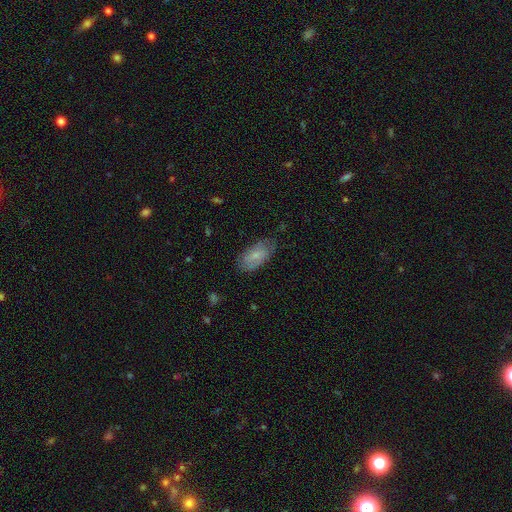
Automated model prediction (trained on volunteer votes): smooth_or_featured: smooth (p=0.61) [alt: featured or disk p=0.32]
how_rounded: in between (p=0.90) [alt: cigar-shaped p=0.06]
merging: none (p=0.70) [alt: minor disturbance p=0.23]